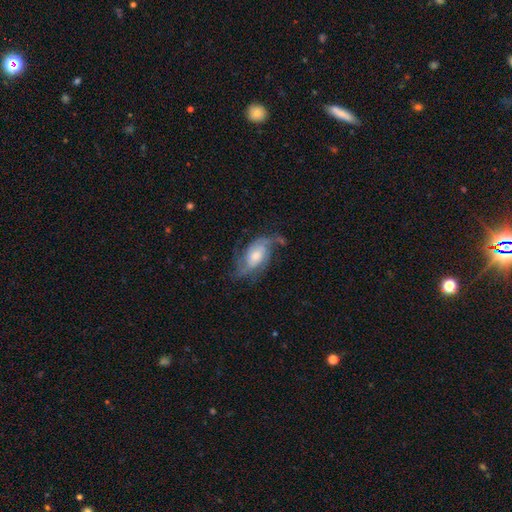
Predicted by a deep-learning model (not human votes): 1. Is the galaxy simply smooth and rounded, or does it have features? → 78% featured or disk, 16% smooth, 6% star or artifact.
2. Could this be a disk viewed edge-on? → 95% no, 5% yes.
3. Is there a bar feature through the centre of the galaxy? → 63% no, 31% weak, 6% strong.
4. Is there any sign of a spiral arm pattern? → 92% yes, 8% no.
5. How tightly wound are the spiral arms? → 44% medium, 32% loose, 24% tight.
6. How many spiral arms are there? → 54% 2, 17% can't tell, 15% 3, 6% 1, 4% 4, 3% more than 4.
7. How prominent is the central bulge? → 51% moderate, 27% small, 16% large, 4% none, 2% dominant.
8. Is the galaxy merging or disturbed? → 53% none, 23% minor disturbance, 21% major disturbance, 3% merger.